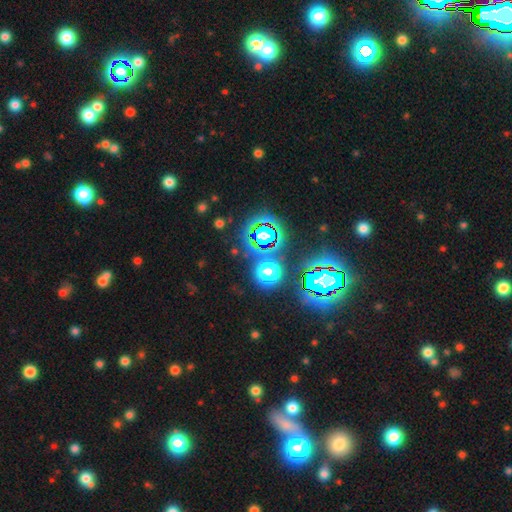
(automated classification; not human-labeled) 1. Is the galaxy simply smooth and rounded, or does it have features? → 77% star or artifact, 15% smooth, 8% featured or disk.